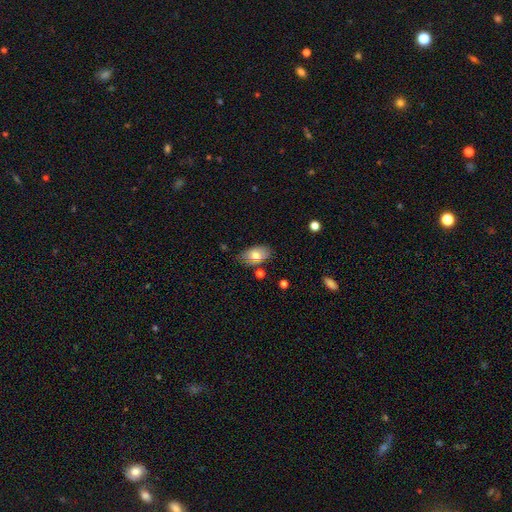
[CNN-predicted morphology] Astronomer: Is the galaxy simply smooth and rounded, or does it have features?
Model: smooth — 74%.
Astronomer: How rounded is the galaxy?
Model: in between — 91%.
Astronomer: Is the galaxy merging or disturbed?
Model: none — 71%.